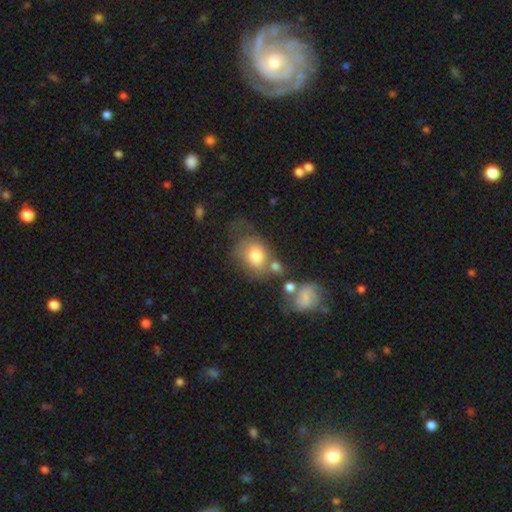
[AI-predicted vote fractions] smooth-or-featured: smooth: 70% | featured or disk: 20% | star or artifact: 10%
  how-rounded: in between: 53% | round: 45% | cigar-shaped: 1%
  merging: none: 33% | merger: 23% | major disturbance: 22% | minor disturbance: 22%